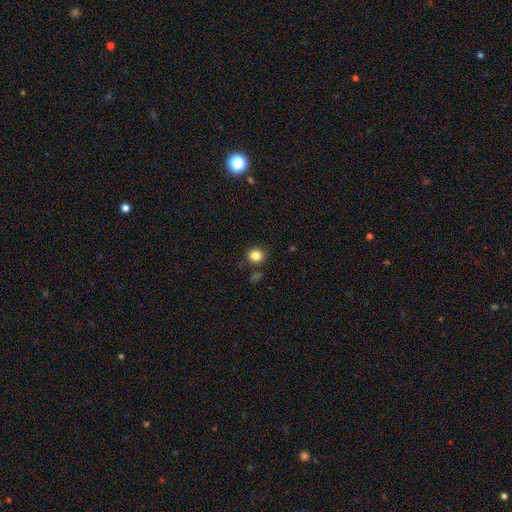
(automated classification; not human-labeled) This is clearly a smooth galaxy (84%). How rounded: clearly round (86%). Merging: clearly none (85%).